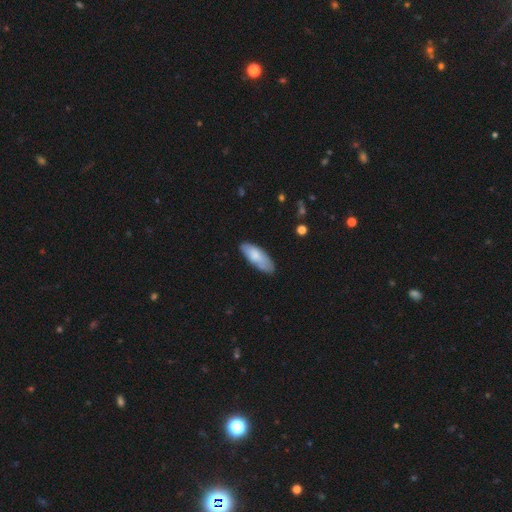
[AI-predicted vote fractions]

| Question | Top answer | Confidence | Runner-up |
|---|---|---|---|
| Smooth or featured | smooth | 77% | featured or disk (17%) |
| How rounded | in between | 72% | cigar-shaped (26%) |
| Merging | none | 70% | minor disturbance (23%) |